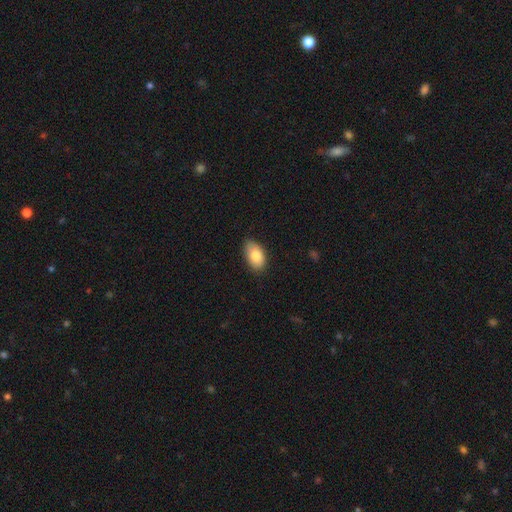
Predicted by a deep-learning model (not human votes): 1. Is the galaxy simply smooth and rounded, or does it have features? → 83% smooth, 10% featured or disk, 7% star or artifact.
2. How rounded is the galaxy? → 93% in between, 6% round, 2% cigar-shaped.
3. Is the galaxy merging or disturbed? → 79% none, 18% minor disturbance, 3% major disturbance, 1% merger.